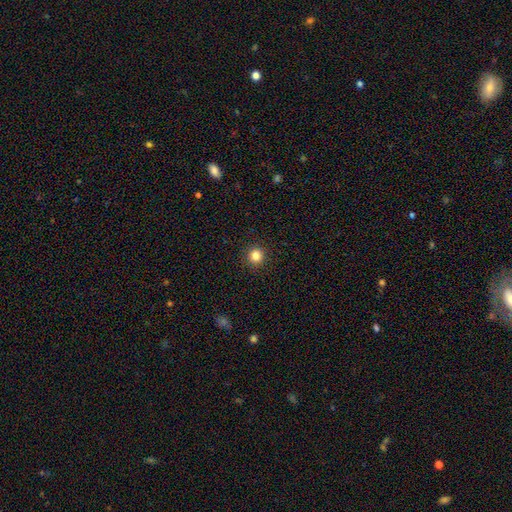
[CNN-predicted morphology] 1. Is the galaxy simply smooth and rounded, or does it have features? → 84% smooth, 12% star or artifact, 4% featured or disk.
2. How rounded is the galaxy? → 93% round, 6% in between, 1% cigar-shaped.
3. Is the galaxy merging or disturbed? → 92% none, 5% minor disturbance, 2% major disturbance, 1% merger.